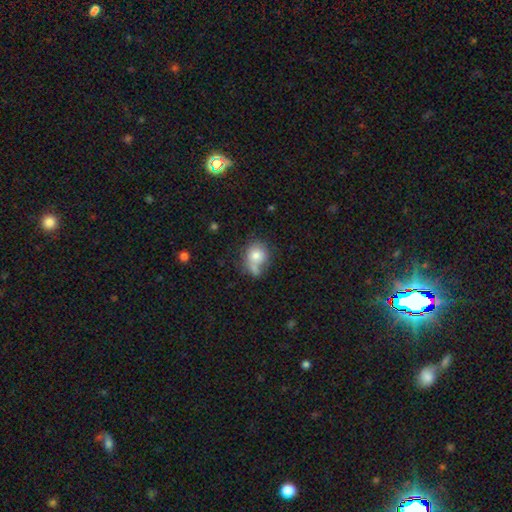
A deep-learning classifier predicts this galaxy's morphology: Smooth or featured: smooth — 74% (featured or disk — 16%)
How rounded: round — 70% (in between — 29%)
Merging: none — 40% (merger — 32%)